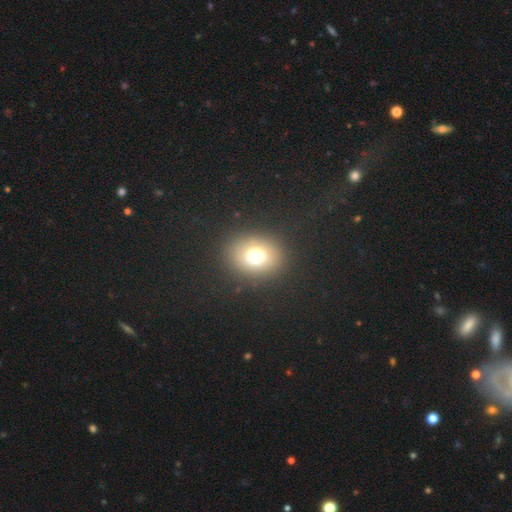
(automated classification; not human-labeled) This is likely a smooth galaxy (72%). How rounded: likely round (62%). Merging: clearly none (87%).